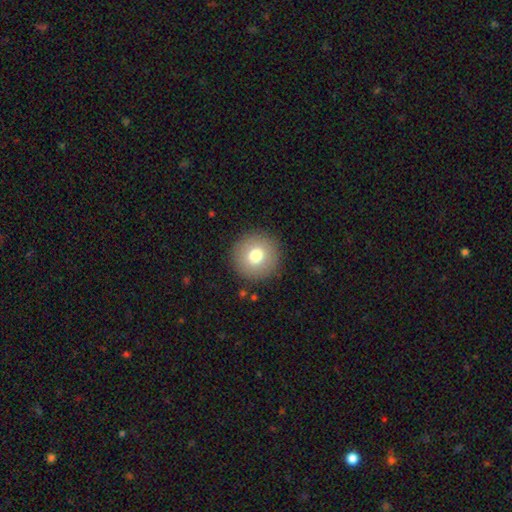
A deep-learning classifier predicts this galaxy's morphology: A smooth galaxy with no disk features (75%) that is round (96%).

Vote fractions:
- Smooth or featured? smooth: 75% / featured or disk: 14% / star or artifact: 11%
- How rounded? round: 96% / in between: 3% / cigar-shaped: 1%
- Merging? none: 91% / minor disturbance: 5% / major disturbance: 2% / merger: 1%